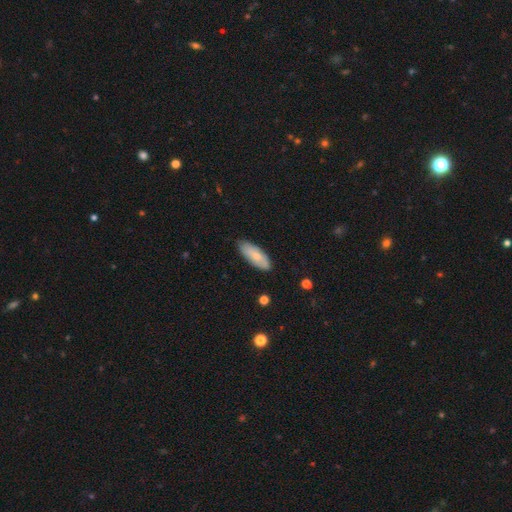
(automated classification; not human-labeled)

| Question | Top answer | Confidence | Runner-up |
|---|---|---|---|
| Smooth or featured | smooth | 72% | featured or disk (22%) |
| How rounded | in between | 76% | cigar-shaped (23%) |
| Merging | none | 79% | minor disturbance (17%) |